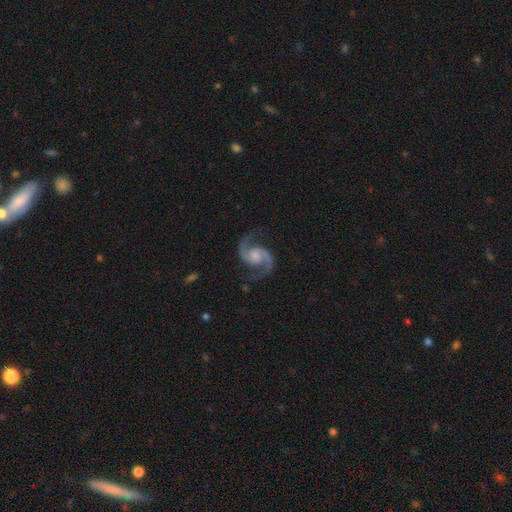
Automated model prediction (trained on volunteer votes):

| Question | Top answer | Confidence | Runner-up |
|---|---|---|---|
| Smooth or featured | featured or disk | 93% | star or artifact (4%) |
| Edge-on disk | no | 98% | yes (2%) |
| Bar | no | 58% | weak (35%) |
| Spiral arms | yes | 99% | no (1%) |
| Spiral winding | medium | 60% | loose (28%) |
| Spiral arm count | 2 | 95% | can't tell (1%) |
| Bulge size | moderate | 38% | small (30%) |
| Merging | none | 82% | minor disturbance (12%) |